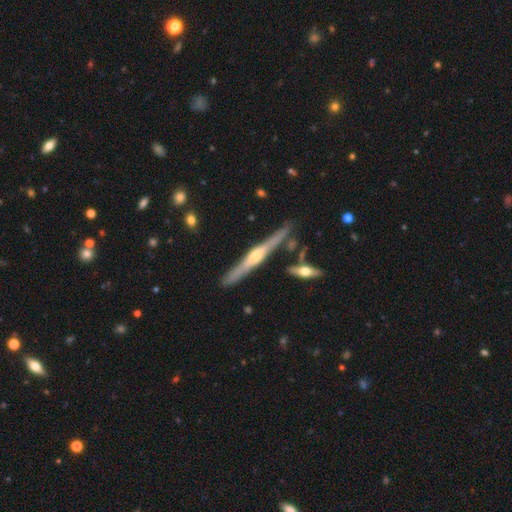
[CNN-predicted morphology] smooth_or_featured: featured or disk (p=0.77) [alt: smooth p=0.18]
disk_edge_on: yes (p=0.97) [alt: no p=0.03]
edge_on_bulge: rounded (p=0.88) [alt: none p=0.06]
merging: none (p=0.84) [alt: minor disturbance p=0.10]